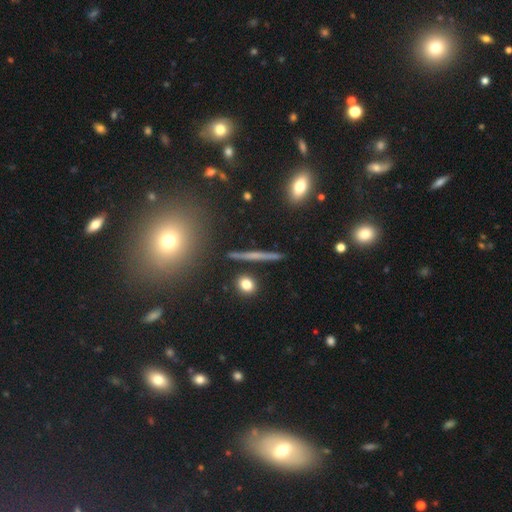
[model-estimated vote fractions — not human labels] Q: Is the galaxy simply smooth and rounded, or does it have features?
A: featured or disk — 47%.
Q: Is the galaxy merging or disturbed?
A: none — 90%.